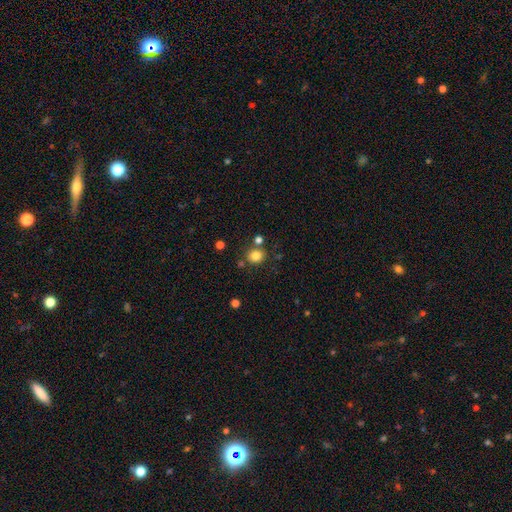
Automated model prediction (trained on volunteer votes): Smooth or featured? smooth (82%)
How rounded? round (83%)
Merging? none (78%)